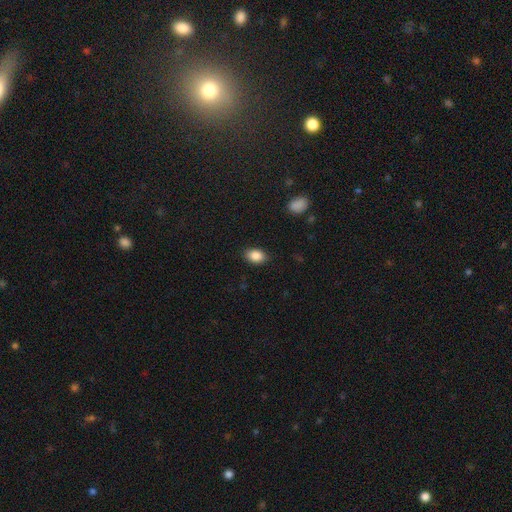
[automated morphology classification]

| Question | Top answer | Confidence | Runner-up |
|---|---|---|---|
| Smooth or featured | smooth | 87% | star or artifact (8%) |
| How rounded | in between | 85% | round (13%) |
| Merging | none | 86% | minor disturbance (10%) |